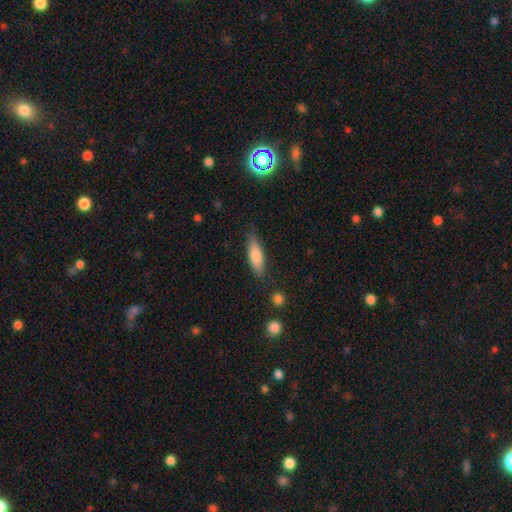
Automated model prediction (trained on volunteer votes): A smooth galaxy with no disk features (78%) that is in between round and cigar-shaped (52%). Merging: none (78%).